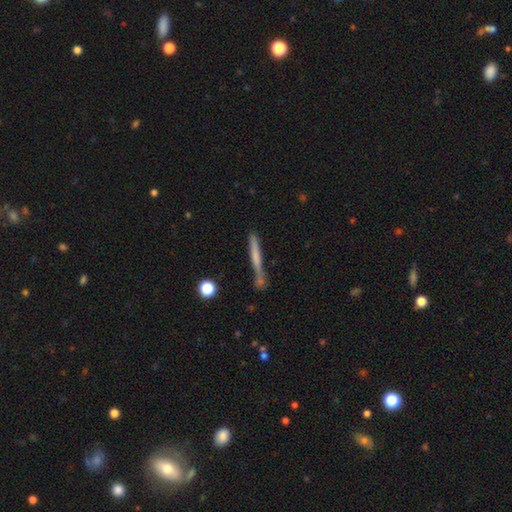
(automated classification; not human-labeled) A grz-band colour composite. It shows a smooth galaxy with no disk features (52%) that is cigar-shaped (95%). Merging: none (66%).